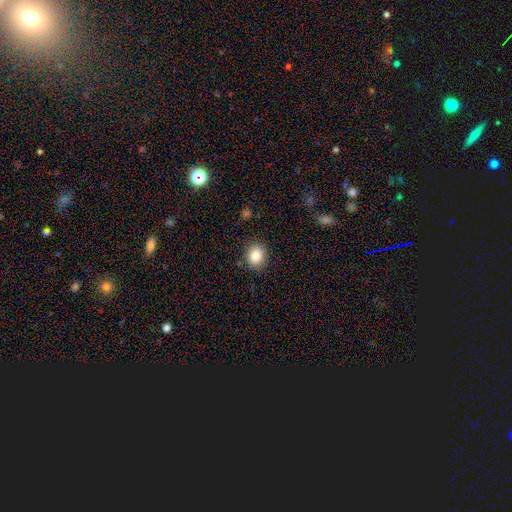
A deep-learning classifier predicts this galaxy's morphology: Smooth or featured? Predicted: smooth (p=0.85). How rounded? Predicted: round (p=0.64). Merging? Predicted: none (p=0.87).